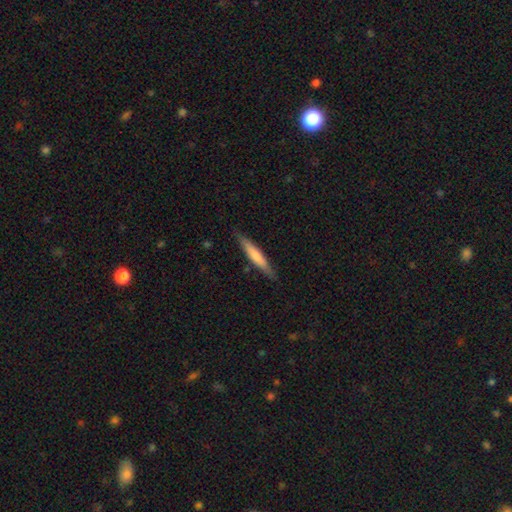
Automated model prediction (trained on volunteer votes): This appears to be a smooth galaxy with no disk features (65%) that is cigar-shaped (90%). Merging: none (85%).